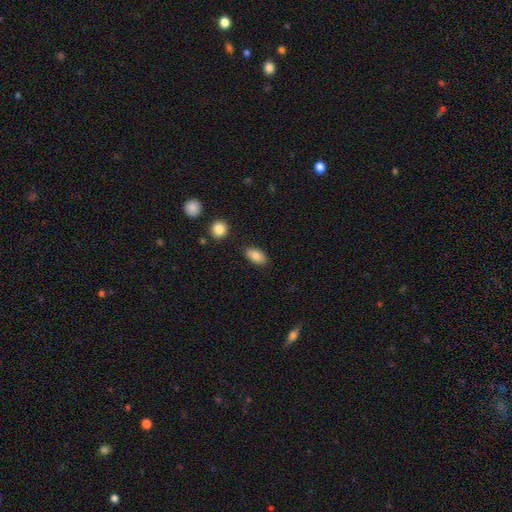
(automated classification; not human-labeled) A smooth galaxy with no disk features (84%) that is in between round and cigar-shaped (92%).

Vote fractions:
- Smooth or featured? smooth: 84% / featured or disk: 9% / star or artifact: 7%
- How rounded? in between: 92% / round: 5% / cigar-shaped: 3%
- Merging? none: 85% / minor disturbance: 10% / merger: 3% / major disturbance: 2%